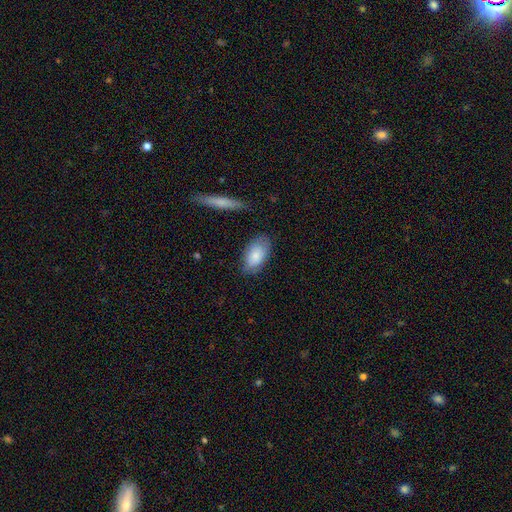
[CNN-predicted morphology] Smooth or featured? Predicted: smooth (p=0.83). How rounded? Predicted: in between (p=0.93). Merging? Predicted: none (p=0.74).